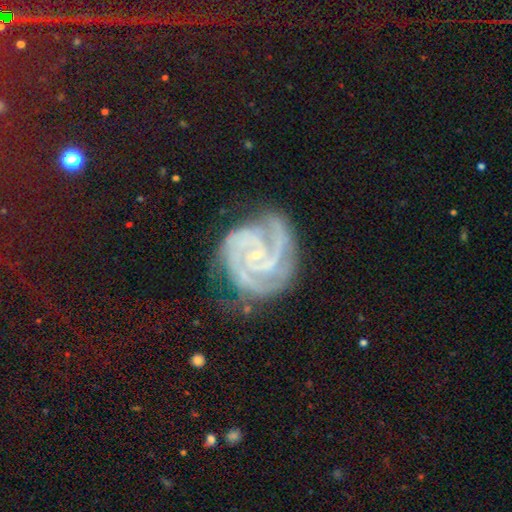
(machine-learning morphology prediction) type=featured or disk (92%); edge-on=no (98%); bar=no (60%); spiral arms=yes (99%); winding=tight (70%); arm count=3 (47%); bulge=small (85%); merging=none (67%).